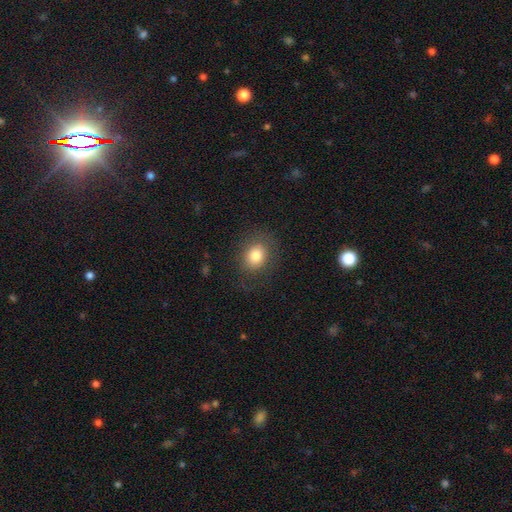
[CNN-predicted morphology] Smooth or featured? smooth (80%)
How rounded? round (52%)
Merging? none (79%)